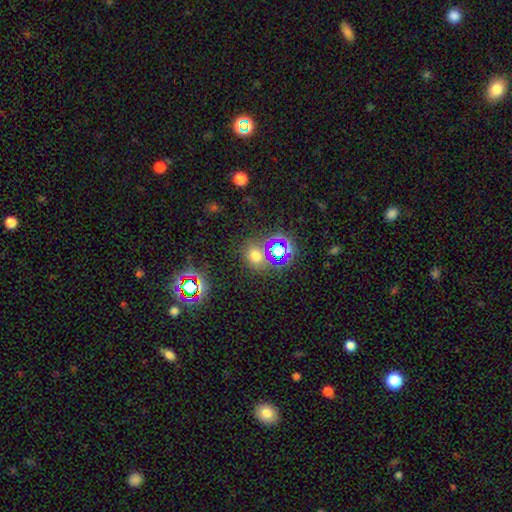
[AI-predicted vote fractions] The model was most divided on "smooth or featured": smooth: 57%, star or artifact: 36%, featured or disk: 7%. More confident: merging — none (73%); how rounded — round (73%).